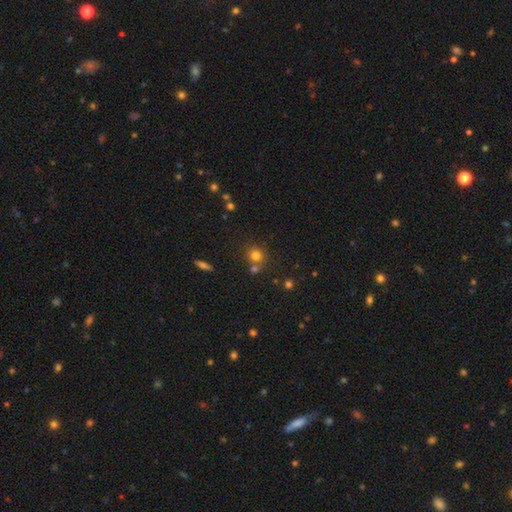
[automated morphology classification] Q: Smooth or featured?
A: smooth (76%); runner-up: star or artifact (15%)
Q: How rounded?
A: round (86%); runner-up: in between (13%)
Q: Merging?
A: none (62%); runner-up: merger (25%)